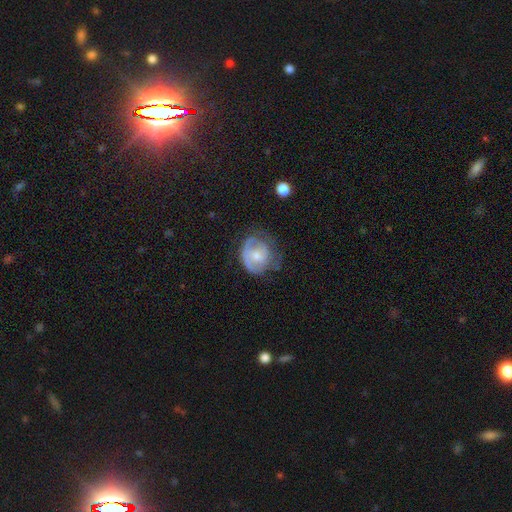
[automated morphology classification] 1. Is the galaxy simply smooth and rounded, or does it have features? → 57% featured or disk, 37% smooth, 6% star or artifact.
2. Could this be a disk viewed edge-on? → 97% no, 3% yes.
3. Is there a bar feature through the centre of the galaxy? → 71% no, 25% weak, 4% strong.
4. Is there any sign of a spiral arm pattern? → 66% yes, 34% no.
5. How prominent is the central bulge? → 49% moderate, 43% small, 3% none, 3% large, 1% dominant.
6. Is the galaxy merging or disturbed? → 46% none, 30% minor disturbance, 22% major disturbance, 2% merger.